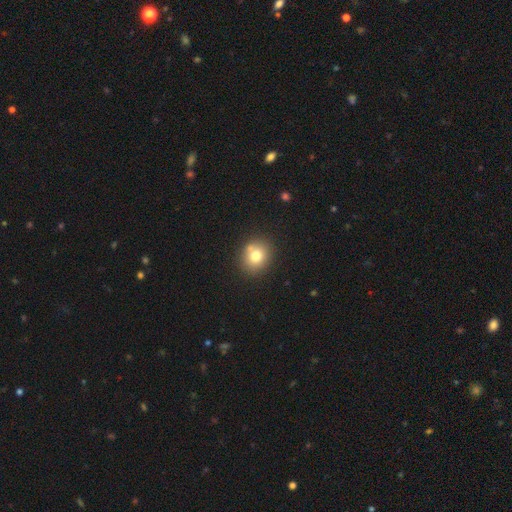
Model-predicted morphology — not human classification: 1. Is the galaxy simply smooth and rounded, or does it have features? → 76% smooth, 12% featured or disk, 12% star or artifact.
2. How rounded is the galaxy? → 72% round, 27% in between, 1% cigar-shaped.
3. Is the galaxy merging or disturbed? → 76% none, 12% minor disturbance, 9% merger, 3% major disturbance.